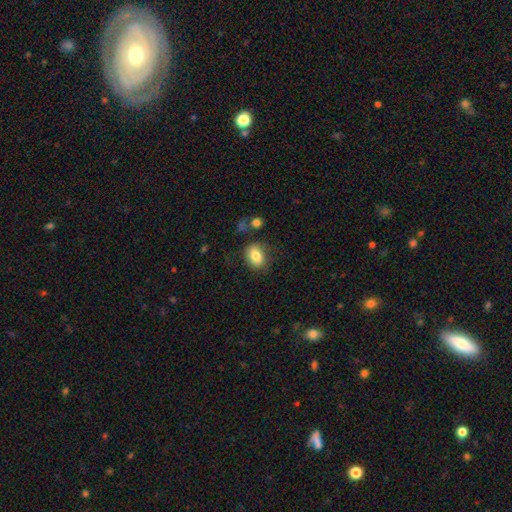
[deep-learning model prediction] A smooth galaxy with no disk features (82%) that is in between round and cigar-shaped (74%).

Vote fractions:
- Smooth or featured? smooth: 82% / featured or disk: 10% / star or artifact: 8%
- How rounded? in between: 74% / round: 24% / cigar-shaped: 1%
- Merging? none: 73% / minor disturbance: 16% / major disturbance: 6% / merger: 5%